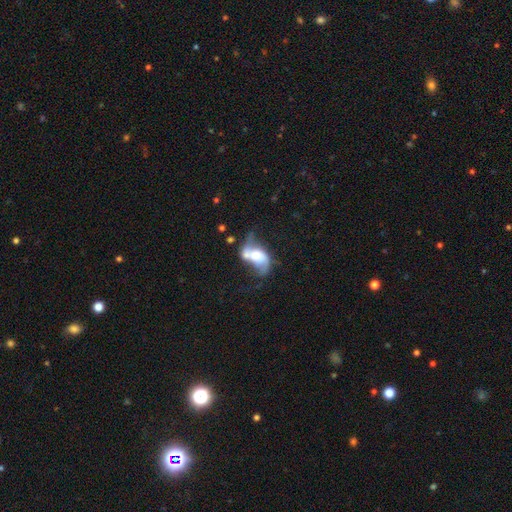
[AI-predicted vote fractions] Overall: featured or disk (62%; smooth 30%). Edge-on disk: no (95%). Bar: no (61%; weak 27%). Spiral arms: yes (75%). Bulge size: large (31%; moderate 28%). Merging: merger (35%; none 26%).